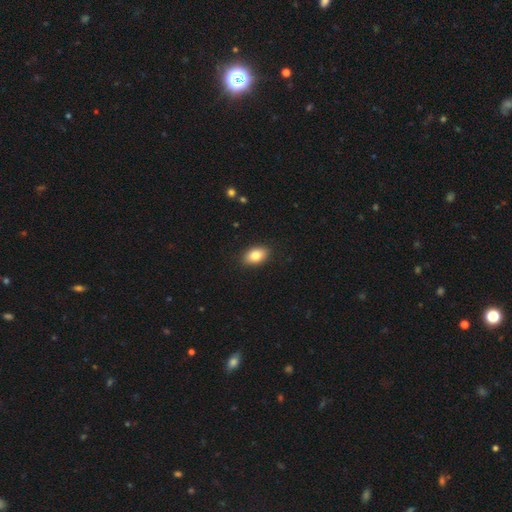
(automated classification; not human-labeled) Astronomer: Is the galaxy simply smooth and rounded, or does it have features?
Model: smooth — 83%.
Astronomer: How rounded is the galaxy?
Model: in between — 88%.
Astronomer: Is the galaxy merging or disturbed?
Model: none — 90%.